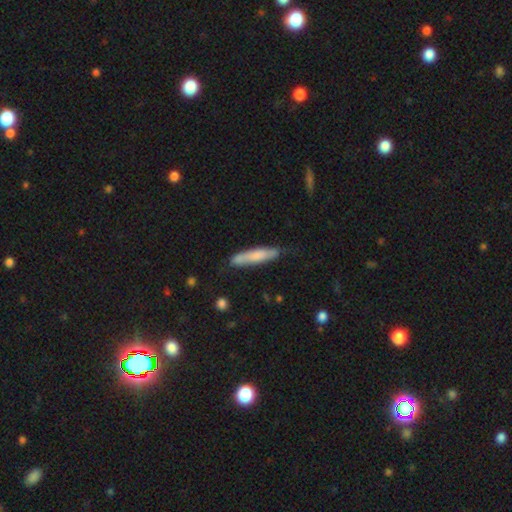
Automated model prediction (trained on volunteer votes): Smooth or featured? smooth (71%)
How rounded? cigar-shaped (86%)
Merging? none (68%)